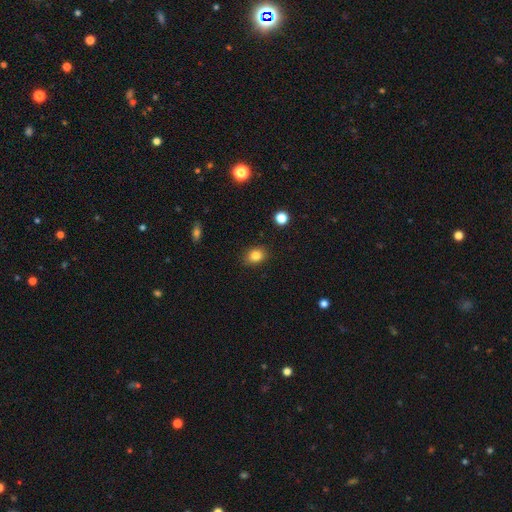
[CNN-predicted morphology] type=smooth (84%); roundness=in between (52%); merging=none (86%).